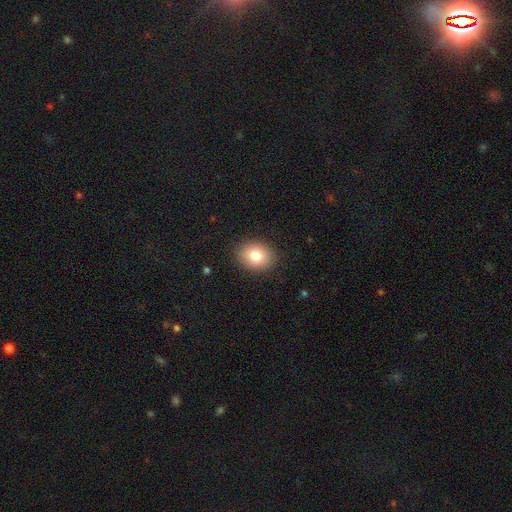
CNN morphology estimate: smooth 82%, star or artifact 9%, featured or disk 9%. Down the decision tree: how rounded — in between (56%); merging — none (89%).